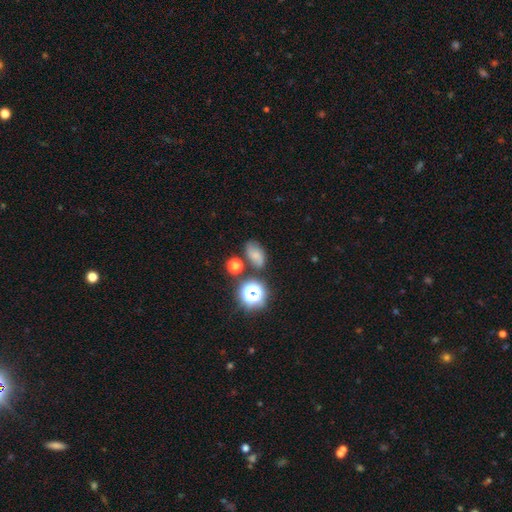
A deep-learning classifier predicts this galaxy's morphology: A smooth galaxy with no disk features (59%) that is in between round and cigar-shaped (75%).

Vote fractions:
- Smooth or featured? smooth: 59% / featured or disk: 21% / star or artifact: 20%
- How rounded? in between: 75% / round: 23% / cigar-shaped: 2%
- Merging? none: 66% / minor disturbance: 18% / merger: 9% / major disturbance: 7%